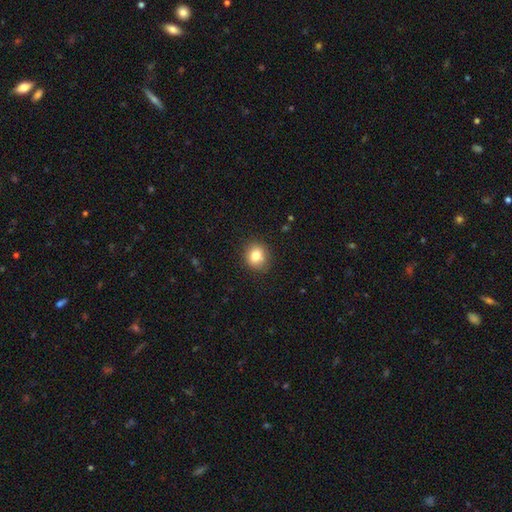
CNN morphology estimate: This appears to be a smooth galaxy with no disk features (80%) that is round (74%). Merging: none (84%).